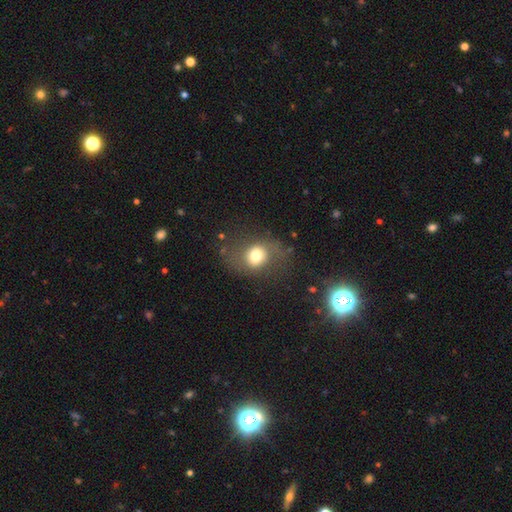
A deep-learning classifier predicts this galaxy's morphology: Smooth or featured?
  - smooth: 64% *
  - featured or disk: 25%
  - star or artifact: 11%
How rounded?
  - round: 59% *
  - in between: 40%
  - cigar-shaped: 1%
Merging?
  - none: 61% *
  - minor disturbance: 19%
  - major disturbance: 17%
  - merger: 3%